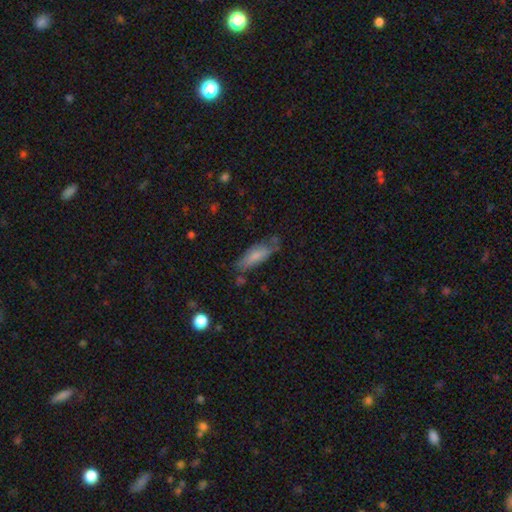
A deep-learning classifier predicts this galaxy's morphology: Smooth or featured?
  - smooth: 71% *
  - featured or disk: 21%
  - star or artifact: 7%
How rounded?
  - in between: 55% *
  - cigar-shaped: 43%
  - round: 2%
Merging?
  - none: 59% *
  - minor disturbance: 27%
  - major disturbance: 8%
  - merger: 6%